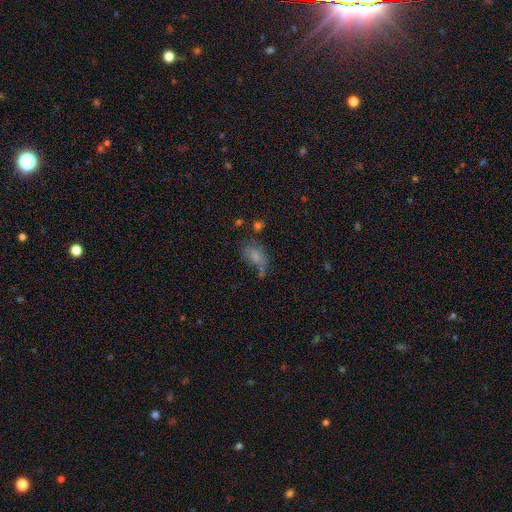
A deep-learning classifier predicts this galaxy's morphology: Overall: smooth (70%). How rounded: in between (85%). Merging: none (42%; minor disturbance 26%).